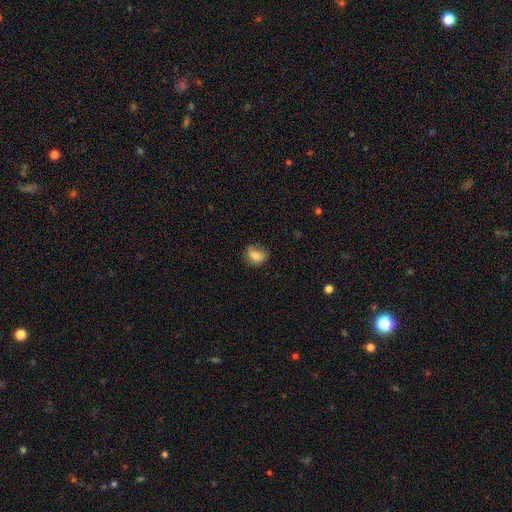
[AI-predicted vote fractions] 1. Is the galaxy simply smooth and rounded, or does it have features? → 78% smooth, 13% featured or disk, 9% star or artifact.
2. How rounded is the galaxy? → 62% in between, 36% round, 2% cigar-shaped.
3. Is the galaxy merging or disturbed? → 59% none, 29% minor disturbance, 10% major disturbance, 2% merger.